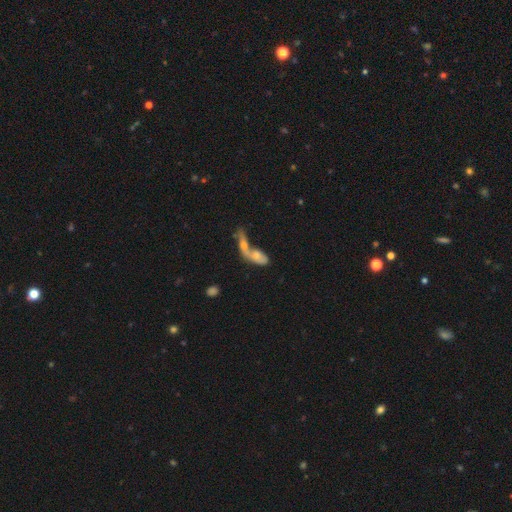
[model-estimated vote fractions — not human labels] This appears to be a smooth galaxy with no disk features (50%) that is in between round and cigar-shaped (72%). Merging: merger (77%).